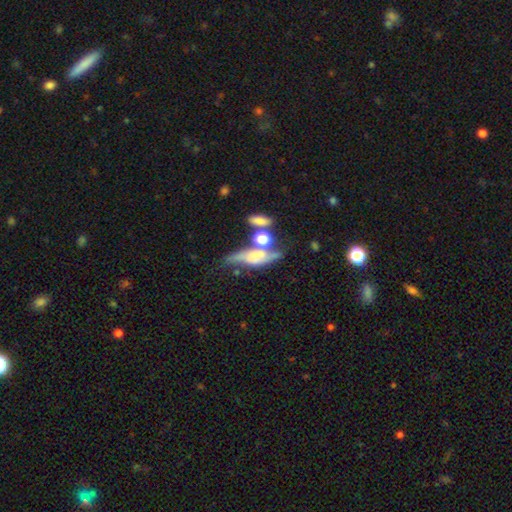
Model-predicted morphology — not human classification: Smooth or featured? featured or disk (59%)
Edge-on disk? yes (58%)
Merging? none (44%)